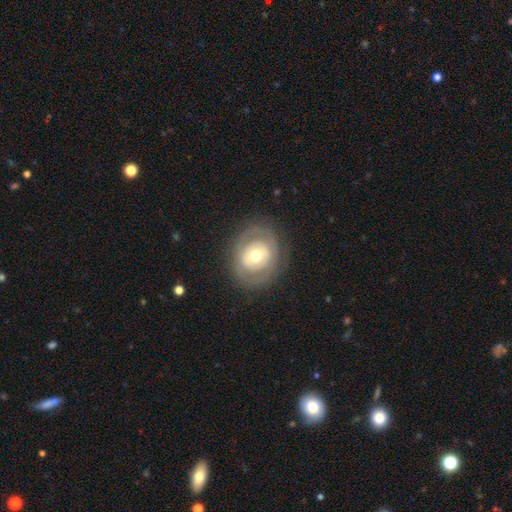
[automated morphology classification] The model was most divided on "smooth or featured": featured or disk: 59%, smooth: 35%, star or artifact: 6%. More confident: edge-on disk — no (96%); merging — none (79%); bar — no (73%); bulge size — moderate (71%); spiral arms — no (70%).